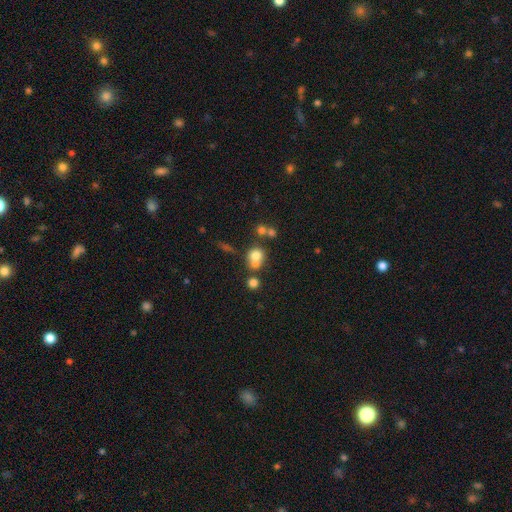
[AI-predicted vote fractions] Smooth or featured? smooth (70%)
How rounded? round (78%)
Merging? merger (44%)